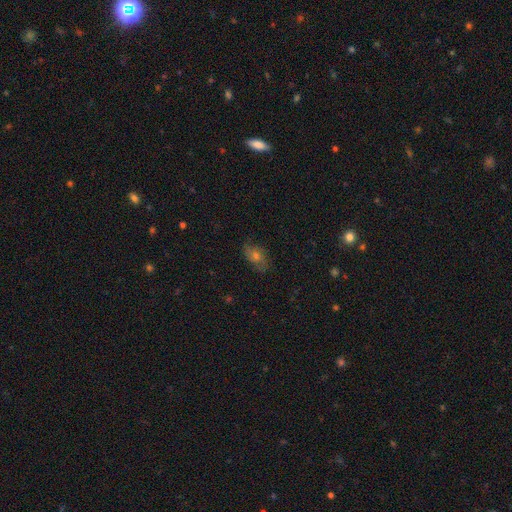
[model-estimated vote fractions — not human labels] smooth-or-featured: smooth: 43% | featured or disk: 39% | star or artifact: 18%
  merging: none: 75% | minor disturbance: 18% | major disturbance: 6% | merger: 1%